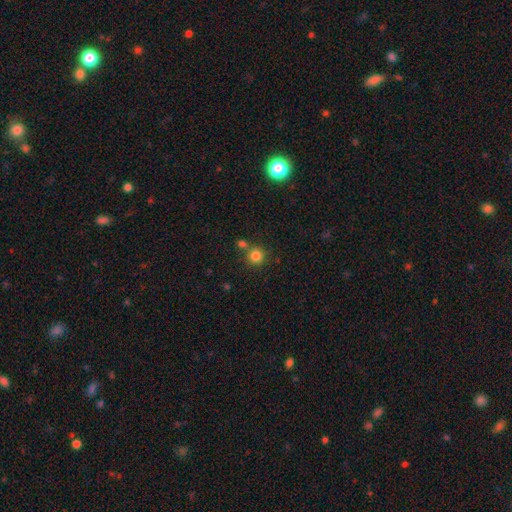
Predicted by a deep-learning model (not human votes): Smooth or featured?
  - smooth: 82% *
  - star or artifact: 12%
  - featured or disk: 5%
How rounded?
  - round: 93% *
  - in between: 7%
  - cigar-shaped: 1%
Merging?
  - none: 70% *
  - merger: 19%
  - minor disturbance: 8%
  - major disturbance: 3%